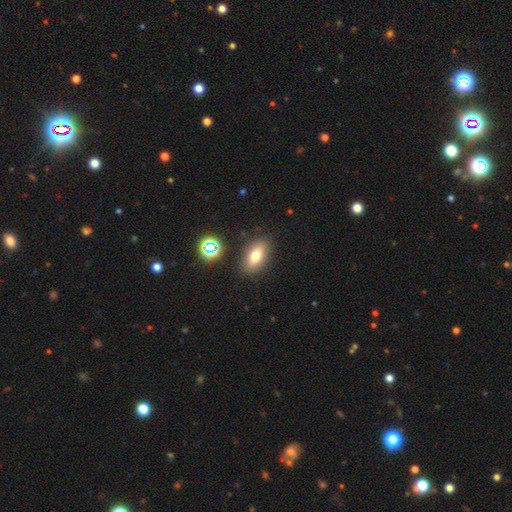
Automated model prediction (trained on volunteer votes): This is likely a smooth galaxy (72%). How rounded: clearly in between (85%). Merging: clearly none (85%).